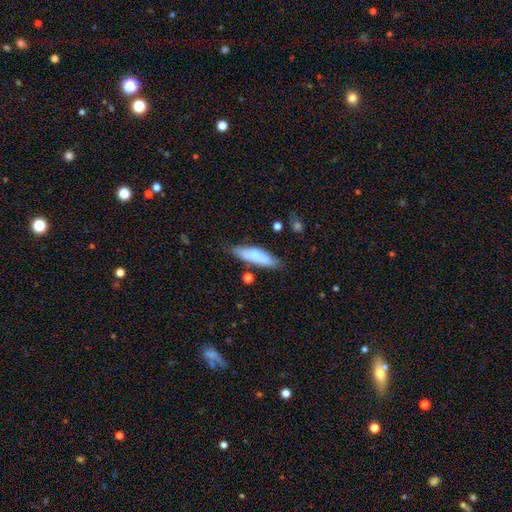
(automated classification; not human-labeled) A smooth galaxy with no disk features (63%) that is cigar-shaped (55%).

Vote fractions:
- Smooth or featured? smooth: 63% / featured or disk: 31% / star or artifact: 6%
- How rounded? cigar-shaped: 55% / in between: 42% / round: 2%
- Merging? none: 71% / minor disturbance: 18% / merger: 7% / major disturbance: 4%